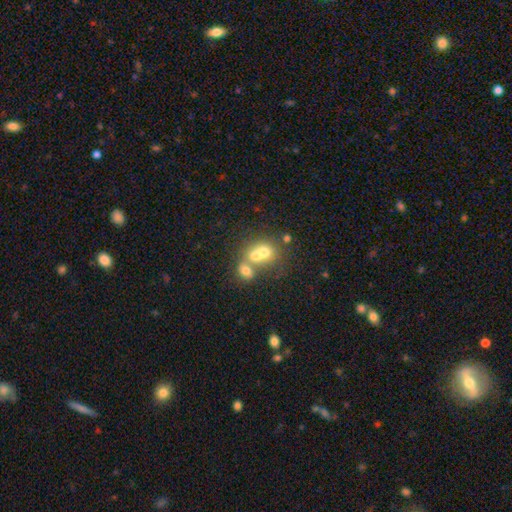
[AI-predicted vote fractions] smooth_or_featured: smooth (p=0.64) [alt: featured or disk p=0.23]
how_rounded: round (p=0.63) [alt: in between p=0.36]
merging: merger (p=0.67) [alt: none p=0.24]